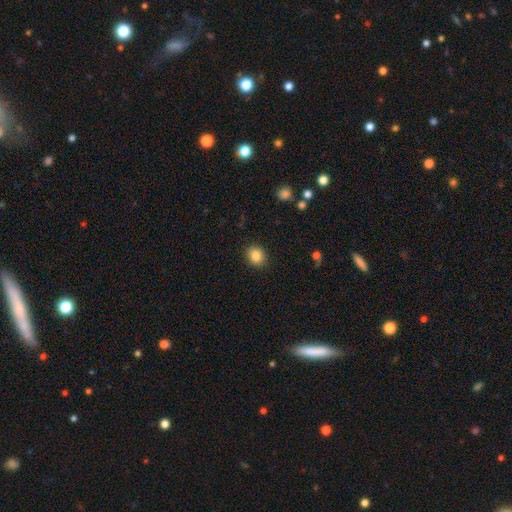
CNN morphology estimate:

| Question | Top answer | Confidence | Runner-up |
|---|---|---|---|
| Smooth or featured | smooth | 87% | star or artifact (9%) |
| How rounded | round | 57% | in between (42%) |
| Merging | none | 89% | minor disturbance (8%) |